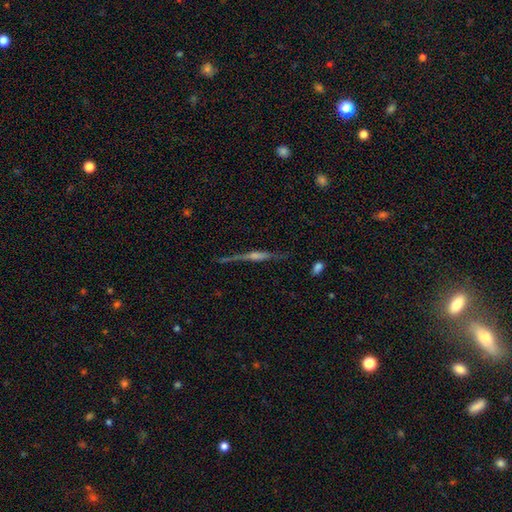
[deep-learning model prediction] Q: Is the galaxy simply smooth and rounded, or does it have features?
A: featured or disk — 76%.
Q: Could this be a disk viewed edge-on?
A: yes — 96%.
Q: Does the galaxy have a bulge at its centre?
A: rounded — 79%.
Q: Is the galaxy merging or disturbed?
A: none — 86%.